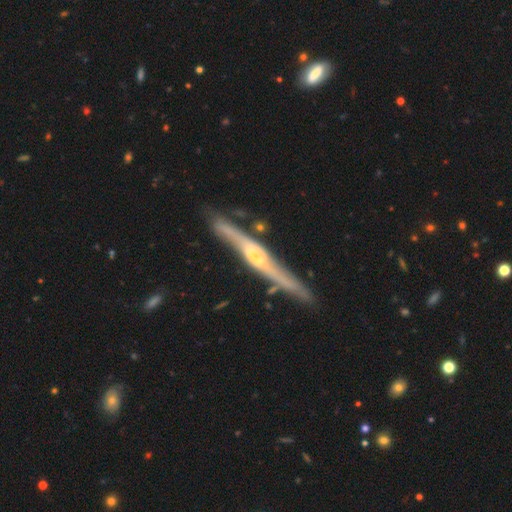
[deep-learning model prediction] This is likely a featured or disk galaxy (77%). It is clearly viewed edge-on (92%). Edge-on bulge: likely rounded (61%). Merging: likely none (79%).